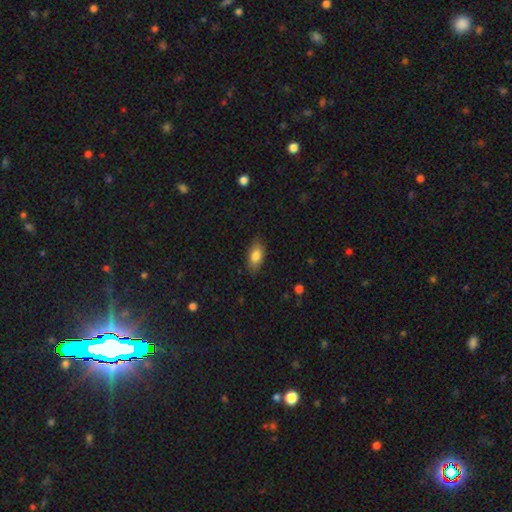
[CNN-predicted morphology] smooth 82%, featured or disk 11%, star or artifact 7%. Down the decision tree: how rounded — in between (89%); merging — none (84%).